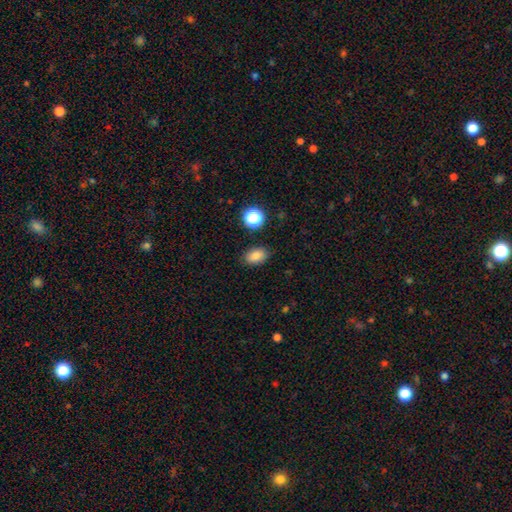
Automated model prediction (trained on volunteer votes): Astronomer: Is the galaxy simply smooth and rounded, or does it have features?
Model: smooth — 82%.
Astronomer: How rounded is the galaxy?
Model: in between — 84%.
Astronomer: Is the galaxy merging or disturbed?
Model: none — 85%.